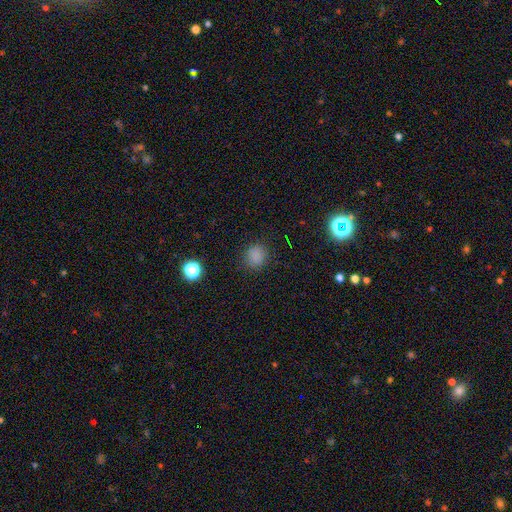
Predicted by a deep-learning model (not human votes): smooth 79%, star or artifact 17%, featured or disk 4%. Down the decision tree: how rounded — round (79%); merging — none (85%).